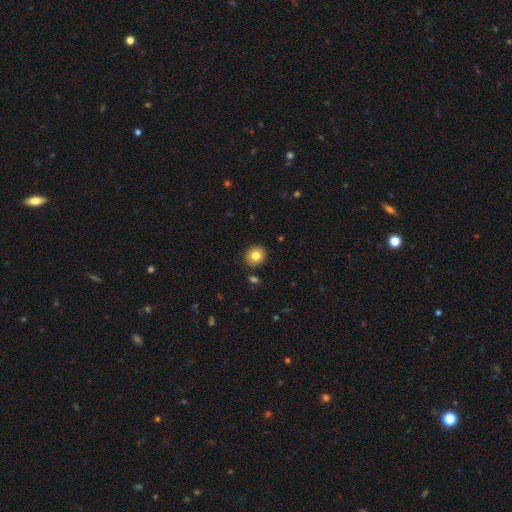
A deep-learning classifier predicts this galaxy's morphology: Overall: smooth (81%). How rounded: round (80%). Merging: none (89%).